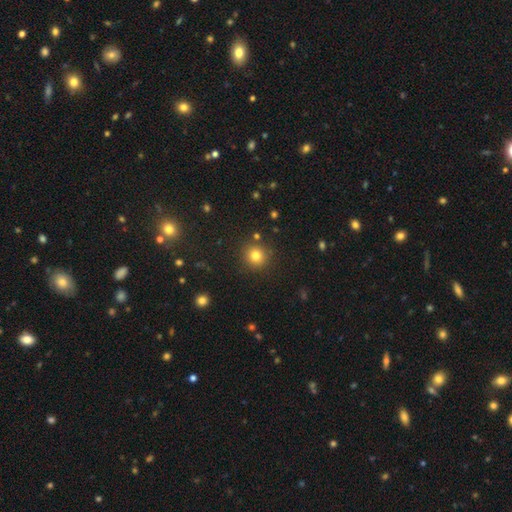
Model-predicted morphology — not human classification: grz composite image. It shows a smooth galaxy with no disk features (80%) that is round (92%). Merging: none (88%).